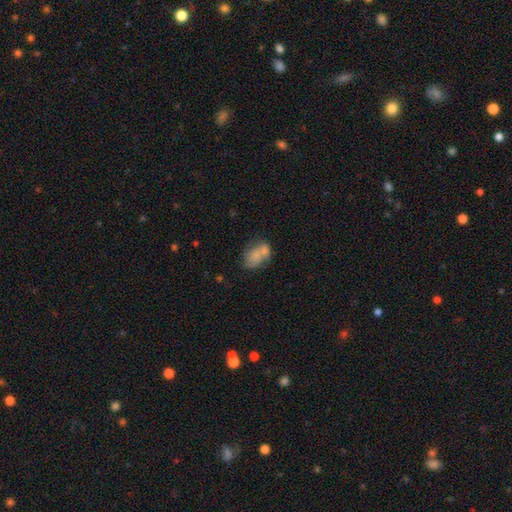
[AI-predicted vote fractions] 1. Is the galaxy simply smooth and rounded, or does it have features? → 68% smooth, 23% featured or disk, 9% star or artifact.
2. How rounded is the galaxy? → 77% in between, 21% round, 2% cigar-shaped.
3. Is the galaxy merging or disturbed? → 46% merger, 29% none, 15% minor disturbance, 9% major disturbance.